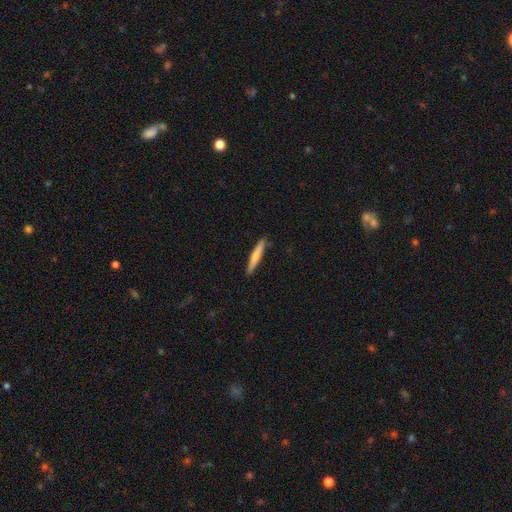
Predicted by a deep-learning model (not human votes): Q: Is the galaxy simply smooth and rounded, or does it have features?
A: smooth — 66%.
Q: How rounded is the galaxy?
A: cigar-shaped — 94%.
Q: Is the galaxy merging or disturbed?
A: none — 90%.